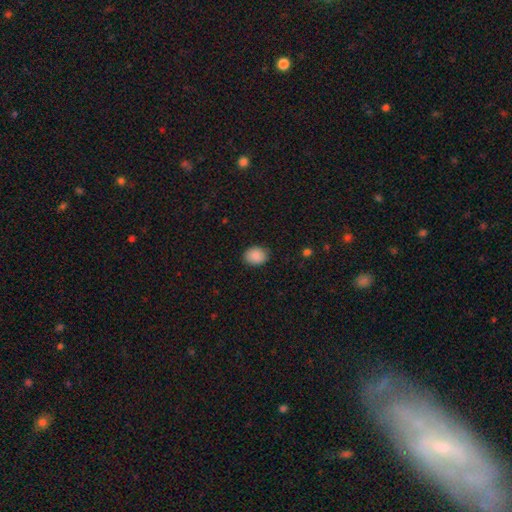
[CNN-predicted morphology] smooth_or_featured: smooth (p=0.89) [alt: star or artifact p=0.08]
how_rounded: in between (p=0.55) [alt: round p=0.44]
merging: none (p=0.86) [alt: minor disturbance p=0.10]